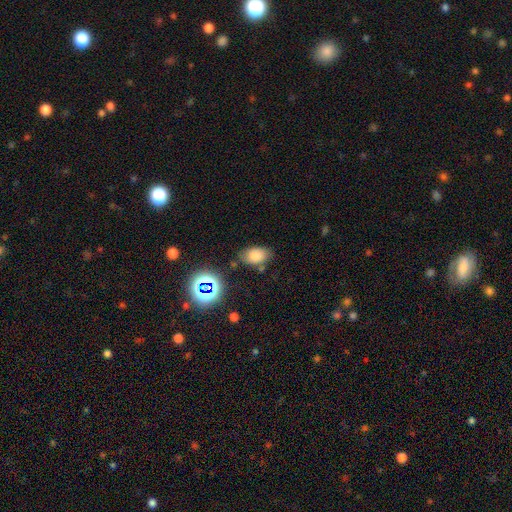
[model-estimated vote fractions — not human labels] Smooth or featured? Predicted: smooth (p=0.75). How rounded? Predicted: in between (p=0.87). Merging? Predicted: none (p=0.74).